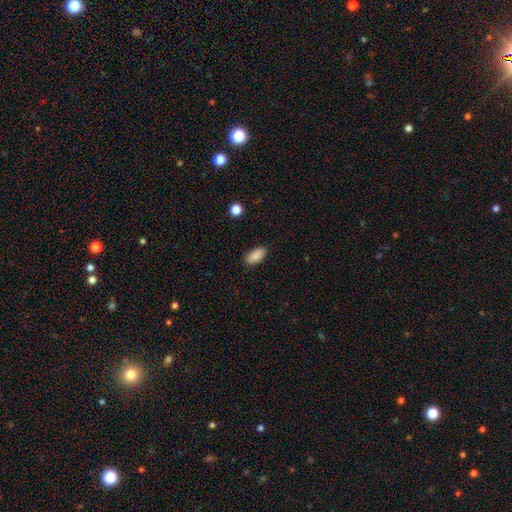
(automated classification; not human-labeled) The model was most divided on "merging": none: 88%, minor disturbance: 9%, major disturbance: 2%, merger: 1%. More confident: how rounded — in between (93%); smooth or featured — smooth (88%).